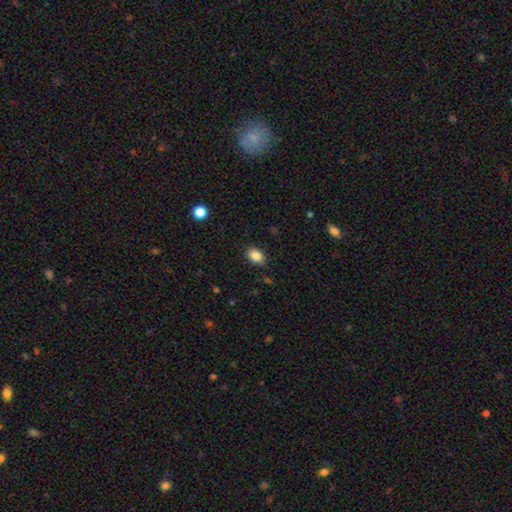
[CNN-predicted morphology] Smooth or featured?
  - smooth: 87% *
  - star or artifact: 9%
  - featured or disk: 5%
How rounded?
  - in between: 79% *
  - round: 20%
  - cigar-shaped: 1%
Merging?
  - none: 87% *
  - minor disturbance: 9%
  - major disturbance: 2%
  - merger: 1%